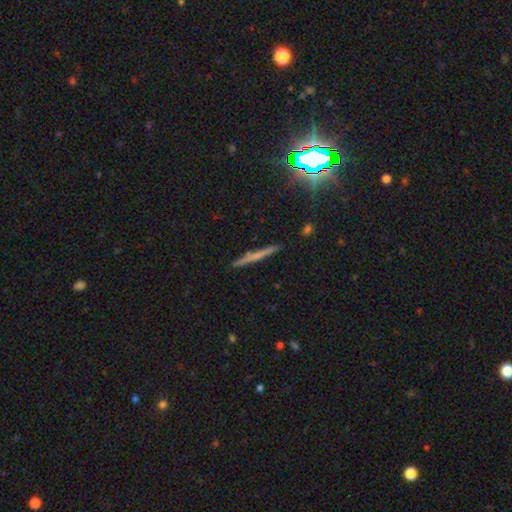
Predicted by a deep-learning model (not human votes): Smooth or featured? Predicted: smooth (p=0.50). How rounded? Predicted: cigar-shaped (p=0.95). Merging? Predicted: none (p=0.90).